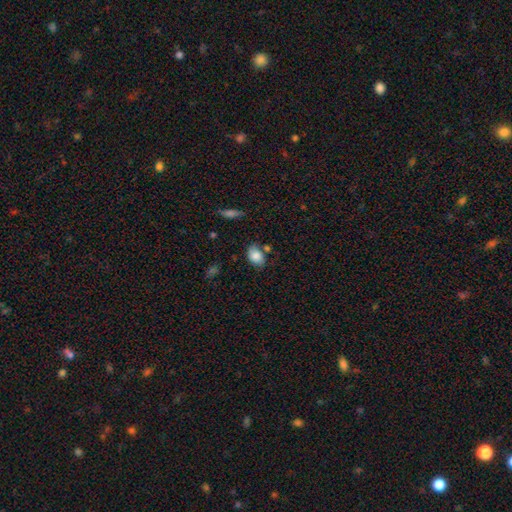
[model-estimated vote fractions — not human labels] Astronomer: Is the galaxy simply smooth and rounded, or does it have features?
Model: smooth — 82%.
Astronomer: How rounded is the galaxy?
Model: in between — 75%.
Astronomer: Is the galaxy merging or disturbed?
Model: none — 60%.